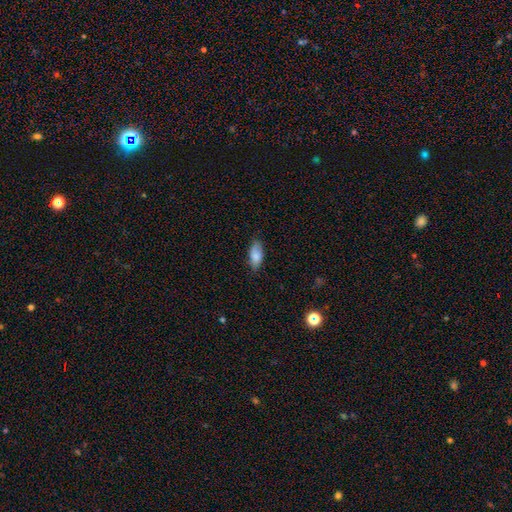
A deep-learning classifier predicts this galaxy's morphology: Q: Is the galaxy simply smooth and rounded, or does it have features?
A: smooth — 82%.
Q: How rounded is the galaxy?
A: in between — 87%.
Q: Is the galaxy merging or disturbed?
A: none — 75%.